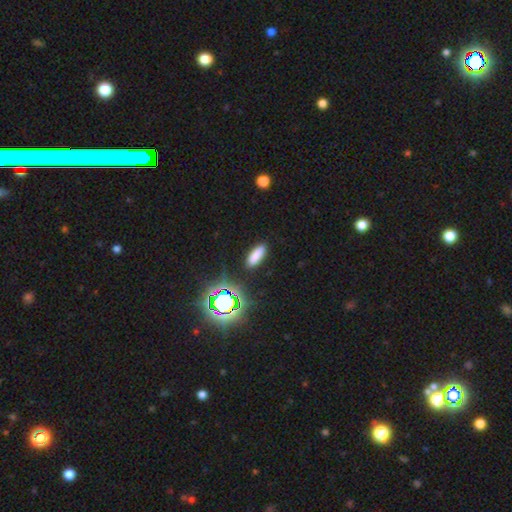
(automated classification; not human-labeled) Smooth or featured? smooth (76%)
How rounded? in between (59%)
Merging? none (88%)